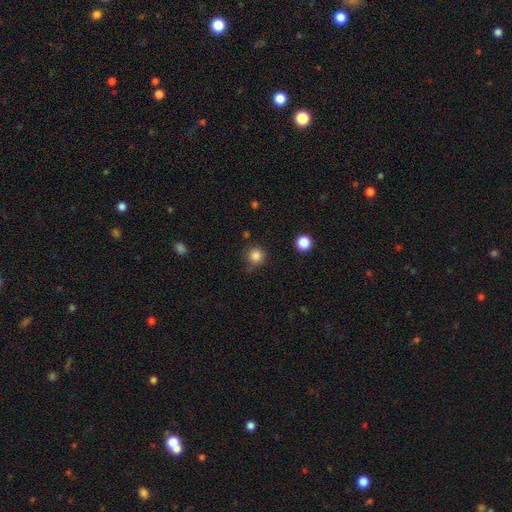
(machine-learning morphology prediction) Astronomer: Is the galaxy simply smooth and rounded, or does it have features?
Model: smooth — 84%.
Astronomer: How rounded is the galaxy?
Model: round — 94%.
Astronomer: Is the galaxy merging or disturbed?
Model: none — 79%.